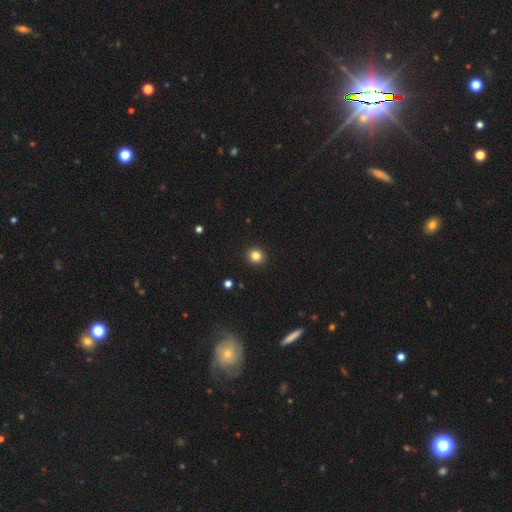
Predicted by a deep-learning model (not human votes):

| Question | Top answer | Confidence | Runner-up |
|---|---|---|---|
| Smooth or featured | smooth | 83% | star or artifact (12%) |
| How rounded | round | 89% | in between (10%) |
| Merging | none | 93% | minor disturbance (4%) |